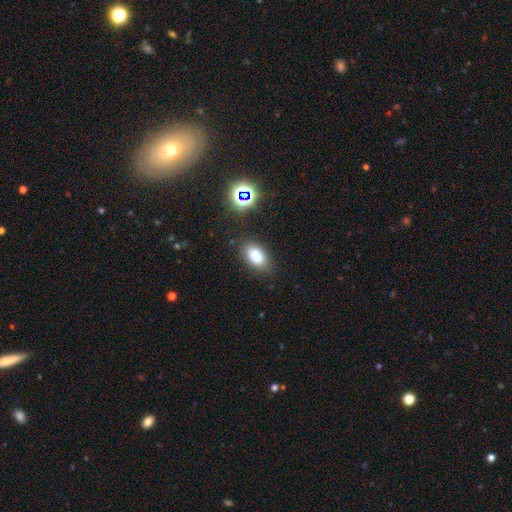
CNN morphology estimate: A smooth galaxy with no disk features (79%) that is in between round and cigar-shaped (90%).

Vote fractions:
- Smooth or featured? smooth: 79% / star or artifact: 12% / featured or disk: 8%
- How rounded? in between: 90% / round: 8% / cigar-shaped: 2%
- Merging? none: 77% / minor disturbance: 15% / major disturbance: 4% / merger: 4%